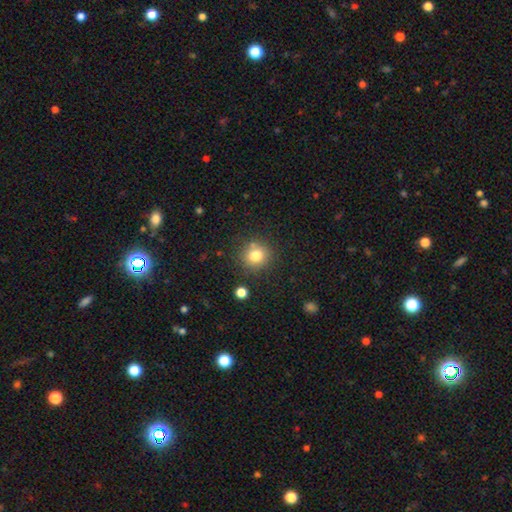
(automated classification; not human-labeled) Q: Smooth or featured?
A: smooth (79%); runner-up: star or artifact (13%)
Q: How rounded?
A: round (89%); runner-up: in between (10%)
Q: Merging?
A: none (80%); runner-up: minor disturbance (11%)